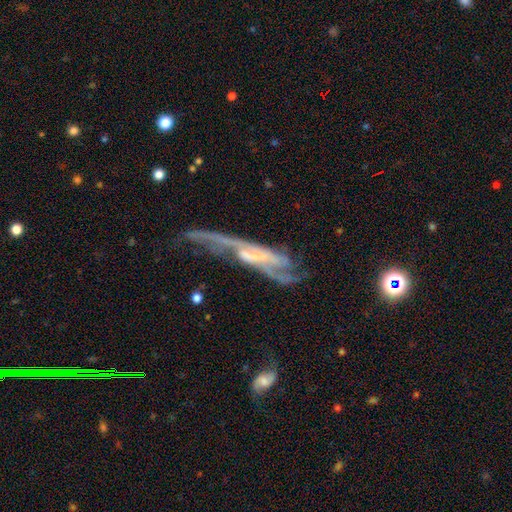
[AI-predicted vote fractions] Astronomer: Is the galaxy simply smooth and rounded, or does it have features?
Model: featured or disk — 80%.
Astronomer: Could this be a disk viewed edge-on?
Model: no — 68%.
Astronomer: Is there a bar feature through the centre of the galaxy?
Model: no — 44% (runner-up: weak, 34%).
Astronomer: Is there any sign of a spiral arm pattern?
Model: yes — 87%.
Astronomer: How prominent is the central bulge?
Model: small — 50% (runner-up: none, 28%).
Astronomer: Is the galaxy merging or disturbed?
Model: none — 37% (runner-up: major disturbance, 33%).